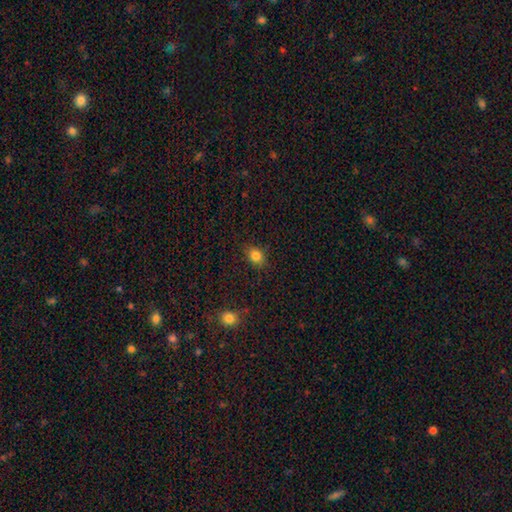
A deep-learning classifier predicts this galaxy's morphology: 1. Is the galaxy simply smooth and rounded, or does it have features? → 83% smooth, 12% star or artifact, 6% featured or disk.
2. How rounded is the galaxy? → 50% in between, 49% round, 1% cigar-shaped.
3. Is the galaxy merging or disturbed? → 84% none, 11% minor disturbance, 3% major disturbance, 1% merger.